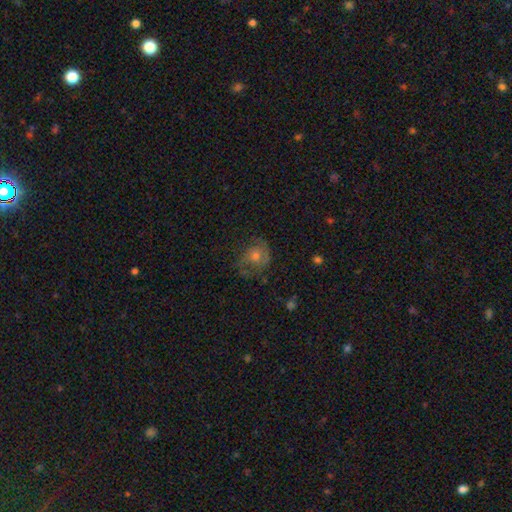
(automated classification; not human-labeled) Smooth or featured?
  - featured or disk: 52% *
  - smooth: 36%
  - star or artifact: 12%
Edge-on disk?
  - no: 97% *
  - yes: 3%
Bar?
  - no: 83% *
  - weak: 15%
  - strong: 3%
Spiral arms?
  - yes: 75% *
  - no: 25%
Bulge size?
  - moderate: 56% *
  - small: 35%
  - large: 5%
  - none: 2%
  - dominant: 1%
Merging?
  - none: 58% *
  - minor disturbance: 23%
  - major disturbance: 17%
  - merger: 2%